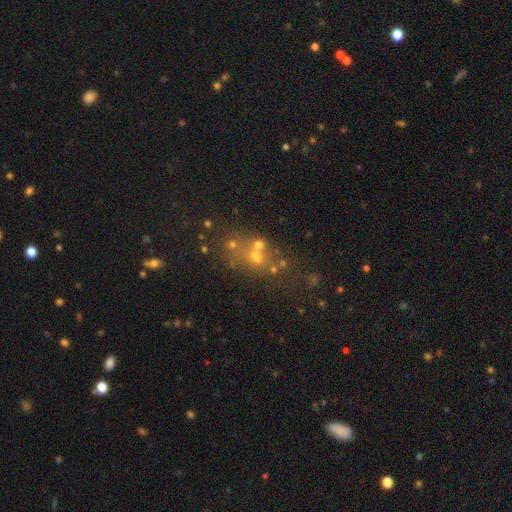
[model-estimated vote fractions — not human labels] Overall: star or artifact (40%; smooth 33%).